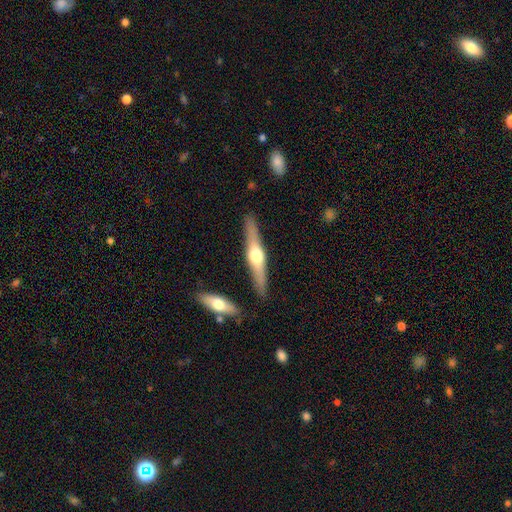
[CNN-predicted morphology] This is likely a featured or disk galaxy (67%). It is clearly viewed edge-on (96%). Edge-on bulge: clearly rounded (95%). Merging: clearly none (87%).